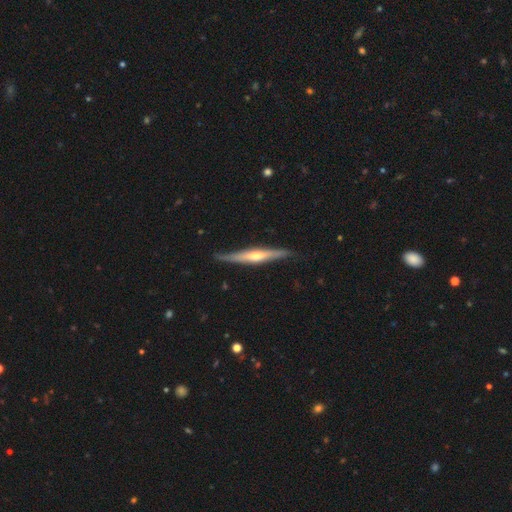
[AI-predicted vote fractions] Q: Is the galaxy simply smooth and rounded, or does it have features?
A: featured or disk — 72%.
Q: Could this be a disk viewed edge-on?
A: yes — 96%.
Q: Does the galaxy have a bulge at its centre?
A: rounded — 79%.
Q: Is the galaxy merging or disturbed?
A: none — 83%.